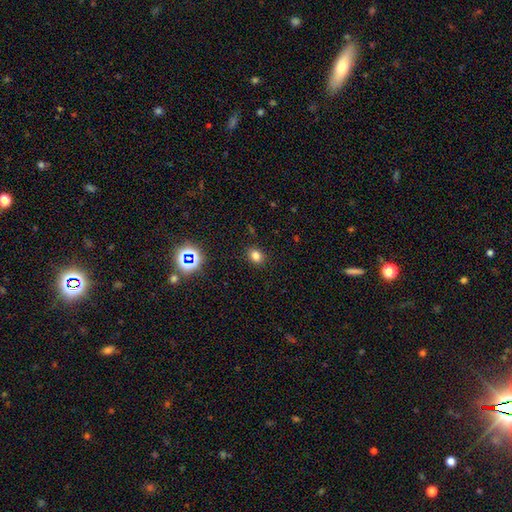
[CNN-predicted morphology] Smooth or featured? smooth (78%)
How rounded? in between (54%)
Merging? none (88%)